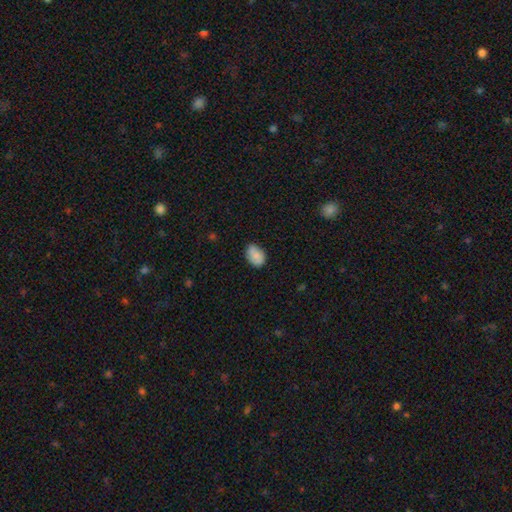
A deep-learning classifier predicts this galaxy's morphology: This appears to be a smooth galaxy with no disk features (81%) that is in between round and cigar-shaped (78%). Merging: none (70%).